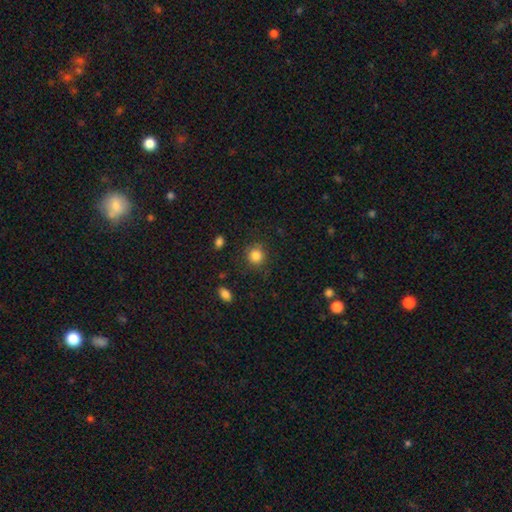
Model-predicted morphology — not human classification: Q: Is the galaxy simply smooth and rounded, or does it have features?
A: smooth — 84%.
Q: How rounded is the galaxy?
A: round — 90%.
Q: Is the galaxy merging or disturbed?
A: none — 86%.